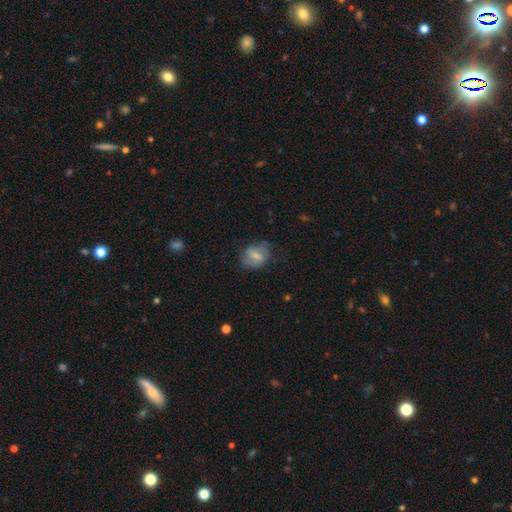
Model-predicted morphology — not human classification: smooth 55%, featured or disk 37%, star or artifact 8%. Down the decision tree: how rounded — in between (50%); merging — none (64%).